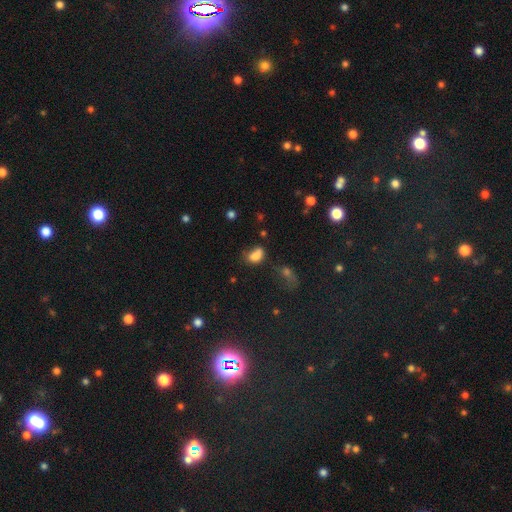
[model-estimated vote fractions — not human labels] This appears to be a smooth galaxy with no disk features (78%) that is in between round and cigar-shaped (81%). Merging: none (40%).